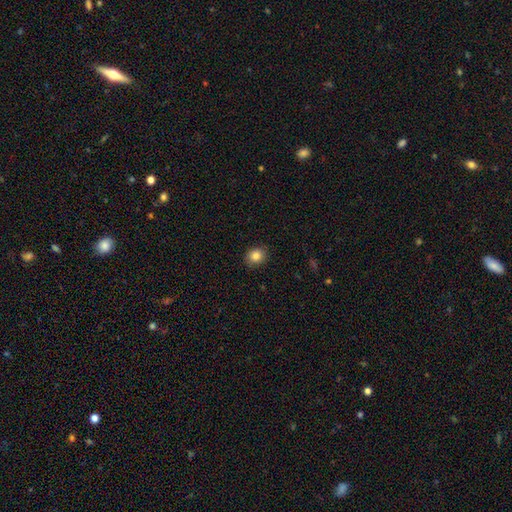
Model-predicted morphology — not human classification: Smooth or featured?
  - smooth: 85% *
  - star or artifact: 10%
  - featured or disk: 5%
How rounded?
  - round: 65% *
  - in between: 34%
  - cigar-shaped: 1%
Merging?
  - none: 88% *
  - minor disturbance: 9%
  - major disturbance: 2%
  - merger: 1%